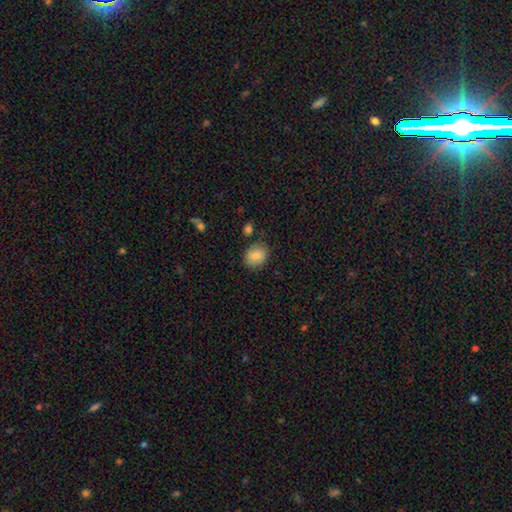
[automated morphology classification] Smooth or featured? Predicted: smooth (p=0.81). How rounded? Predicted: round (p=0.51). Merging? Predicted: none (p=0.80).